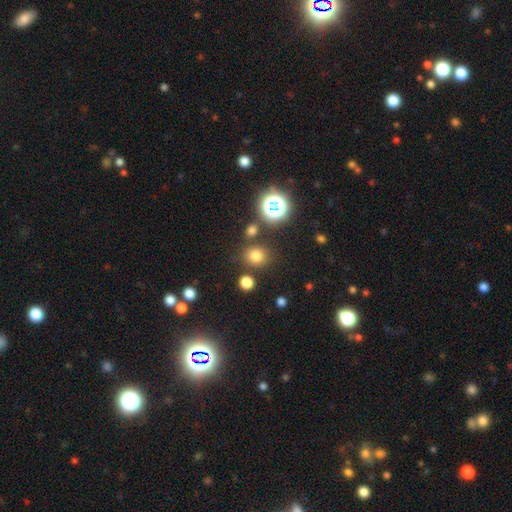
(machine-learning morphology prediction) Smooth or featured? Predicted: smooth (p=0.74). How rounded? Predicted: round (p=0.81). Merging? Predicted: none (p=0.81).